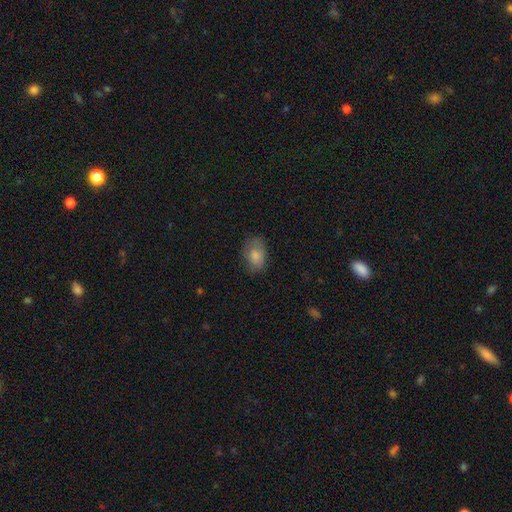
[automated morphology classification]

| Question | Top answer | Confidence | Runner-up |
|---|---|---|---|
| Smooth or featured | smooth | 81% | featured or disk (11%) |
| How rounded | in between | 80% | round (18%) |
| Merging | none | 70% | minor disturbance (22%) |